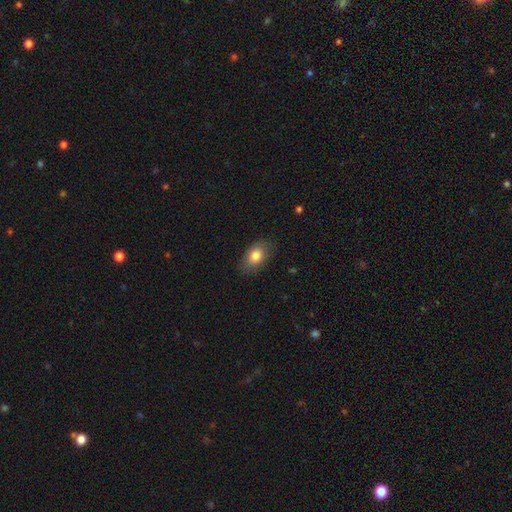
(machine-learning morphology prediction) This appears to be a smooth galaxy with no disk features (80%) that is in between round and cigar-shaped (88%). Merging: none (82%).